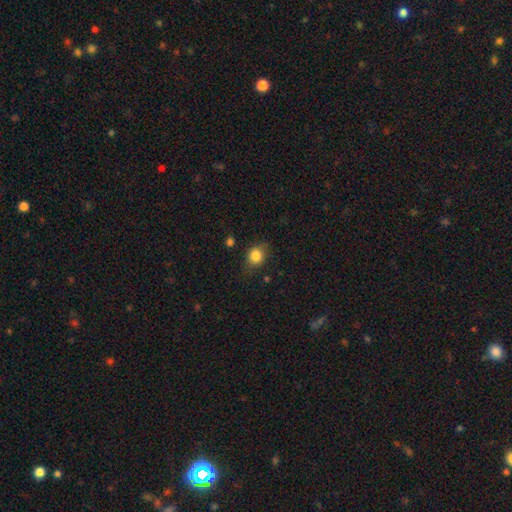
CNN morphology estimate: A smooth galaxy with no disk features (83%) that is round (63%). Merging: none (78%).